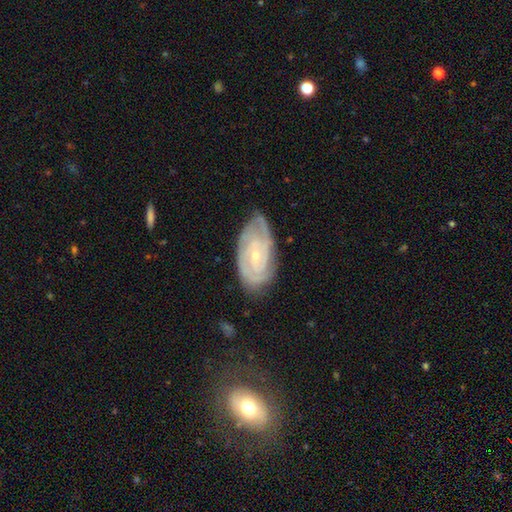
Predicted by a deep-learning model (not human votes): Smooth or featured: featured or disk — 85% (smooth — 10%)
Edge-on disk: no — 95% (yes — 5%)
Bar: no — 55% (weak — 35%)
Spiral arms: yes — 96% (no — 4%)
Spiral winding: tight — 74% (medium — 22%)
Spiral arm count: 2 — 37% (can't tell — 25%)
Bulge size: small — 76% (moderate — 20%)
Merging: none — 73% (minor disturbance — 20%)